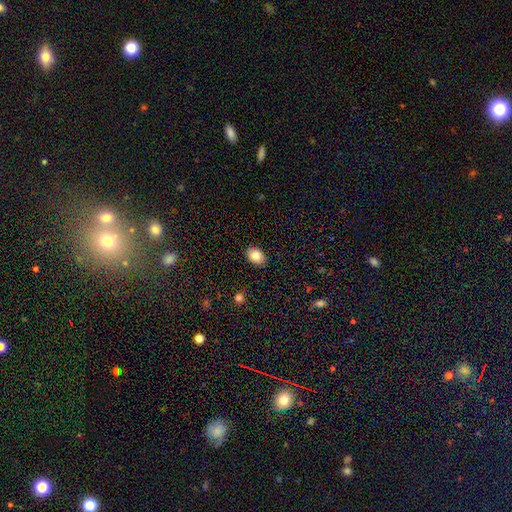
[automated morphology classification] type=smooth (83%); roundness=in between (77%); merging=none (89%).